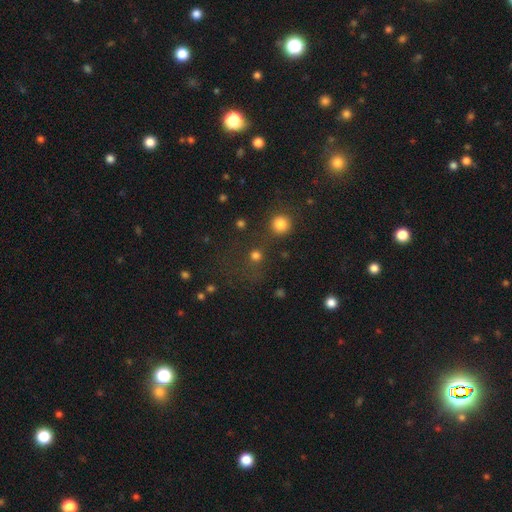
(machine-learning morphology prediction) Q: Smooth or featured?
A: smooth (68%); runner-up: star or artifact (25%)
Q: How rounded?
A: round (90%); runner-up: in between (9%)
Q: Merging?
A: none (68%); runner-up: merger (14%)